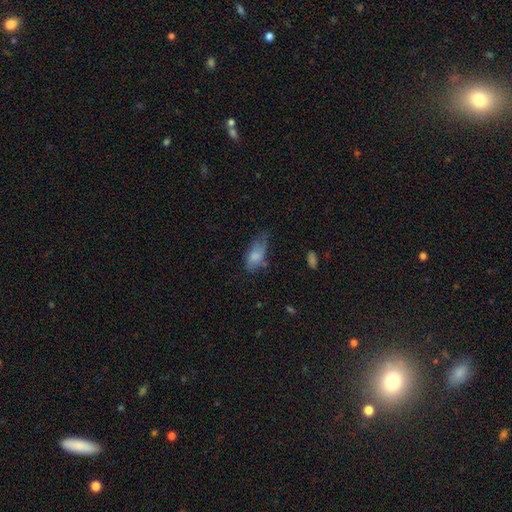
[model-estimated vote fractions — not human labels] A smooth galaxy with no disk features (75%) that is in between round and cigar-shaped (88%).

Vote fractions:
- Smooth or featured? smooth: 75% / featured or disk: 17% / star or artifact: 8%
- How rounded? in between: 88% / cigar-shaped: 9% / round: 3%
- Merging? none: 39% / minor disturbance: 38% / major disturbance: 19% / merger: 4%